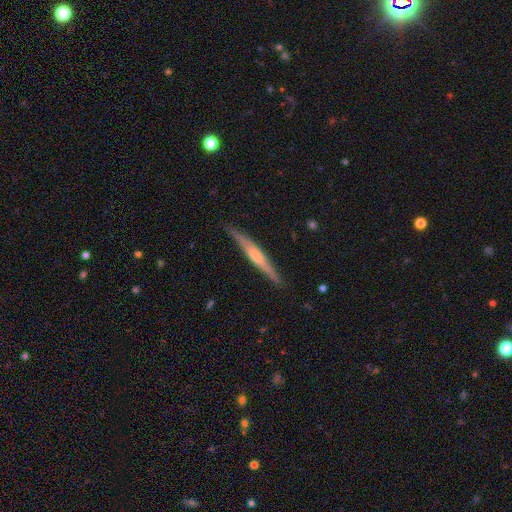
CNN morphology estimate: A featured or disk galaxy (63%) viewed edge-on (97%) with a rounded central bulge (53%). Merging: none (86%).